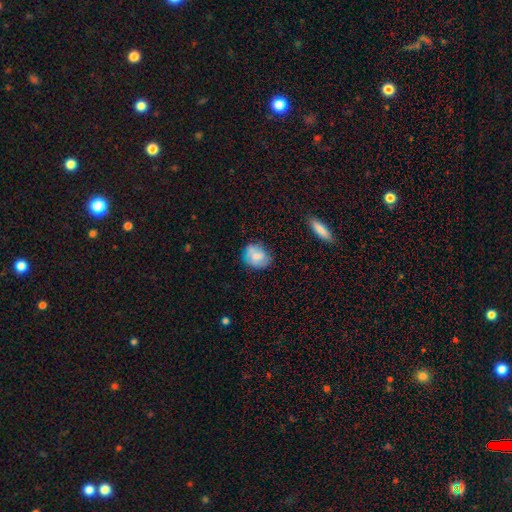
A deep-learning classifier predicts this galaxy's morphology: A smooth galaxy with no disk features (61%) that is round (52%).

Vote fractions:
- Smooth or featured? smooth: 61% / featured or disk: 29% / star or artifact: 9%
- How rounded? round: 52% / in between: 46% / cigar-shaped: 1%
- Merging? none: 69% / minor disturbance: 23% / major disturbance: 6% / merger: 2%